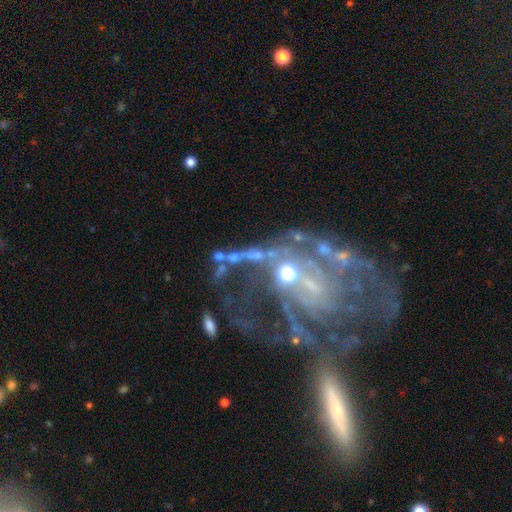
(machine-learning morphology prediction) type=featured or disk (73%); edge-on=no (94%); bar=no (56%); spiral arms=yes (80%); winding=tight (38%); arm count=can't tell (30%); bulge=small (43%); merging=none (43%).